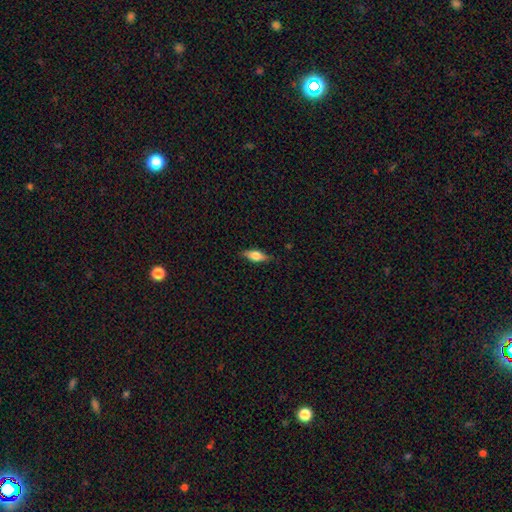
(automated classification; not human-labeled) Smooth or featured? smooth (57%)
How rounded? in between (64%)
Merging? none (82%)